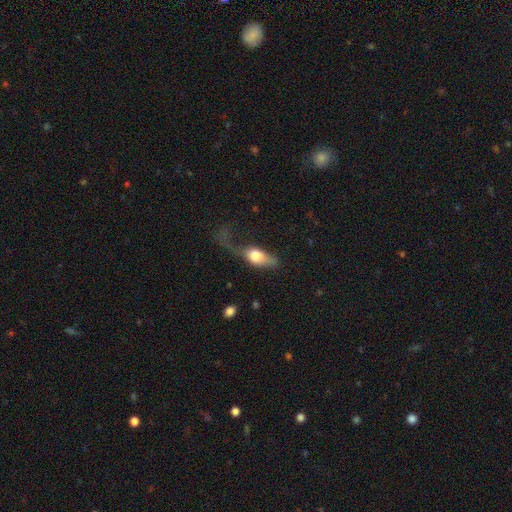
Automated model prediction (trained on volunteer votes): Smooth or featured?
  - smooth: 61% *
  - featured or disk: 31%
  - star or artifact: 7%
How rounded?
  - in between: 75% *
  - cigar-shaped: 14%
  - round: 10%
Merging?
  - major disturbance: 52% *
  - minor disturbance: 22%
  - none: 21%
  - merger: 5%